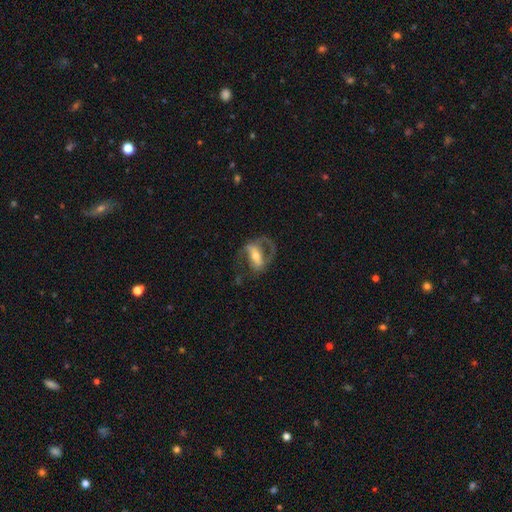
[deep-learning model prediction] This is clearly a featured or disk galaxy (82%). It is clearly not viewed edge-on (93%). Bar: possibly strong (60%). Spiral arm pattern: clearly yes (86%). Spiral arm count: clearly 2 (84%). Spiral winding: possibly medium (50%). Central bulge: possibly moderate (59%). Merging: possibly none (59%).